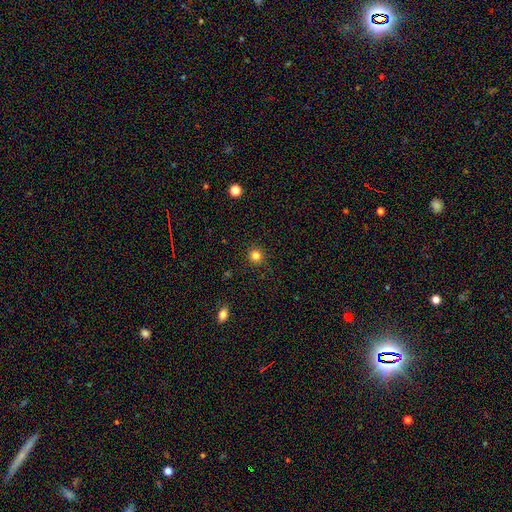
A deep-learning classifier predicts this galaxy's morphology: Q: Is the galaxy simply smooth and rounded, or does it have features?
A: smooth — 82%.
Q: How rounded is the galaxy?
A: round — 94%.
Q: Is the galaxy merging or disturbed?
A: none — 91%.